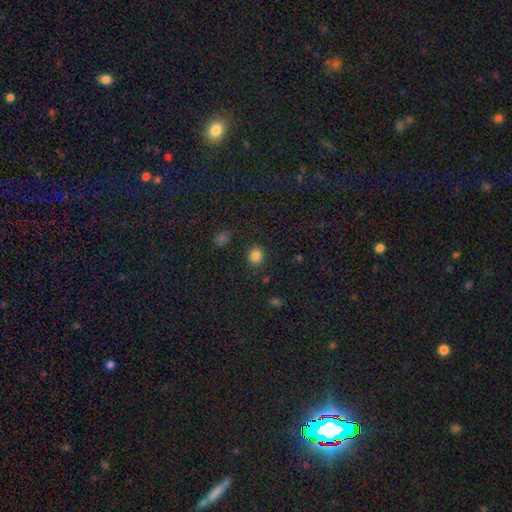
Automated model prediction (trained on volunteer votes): smooth 84%, star or artifact 12%, featured or disk 4%. Down the decision tree: how rounded — round (68%); merging — none (86%).